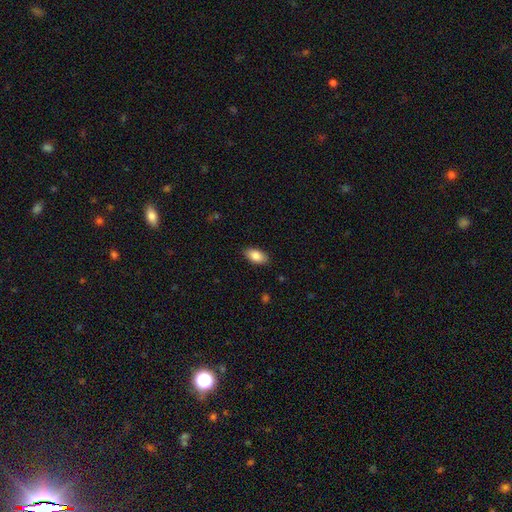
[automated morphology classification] smooth 86%, featured or disk 7%, star or artifact 7%. Down the decision tree: how rounded — in between (94%); merging — none (88%).